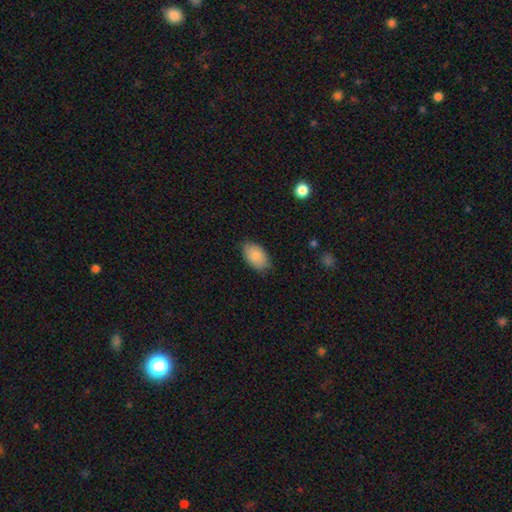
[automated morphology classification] A smooth galaxy with no disk features (85%) that is in between round and cigar-shaped (93%). Merging: none (80%).